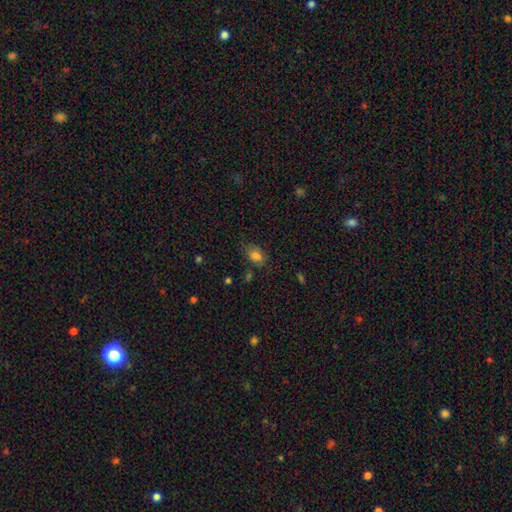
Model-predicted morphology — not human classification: Q: Smooth or featured?
A: smooth (77%); runner-up: star or artifact (13%)
Q: How rounded?
A: in between (78%); runner-up: round (20%)
Q: Merging?
A: none (69%); runner-up: minor disturbance (21%)